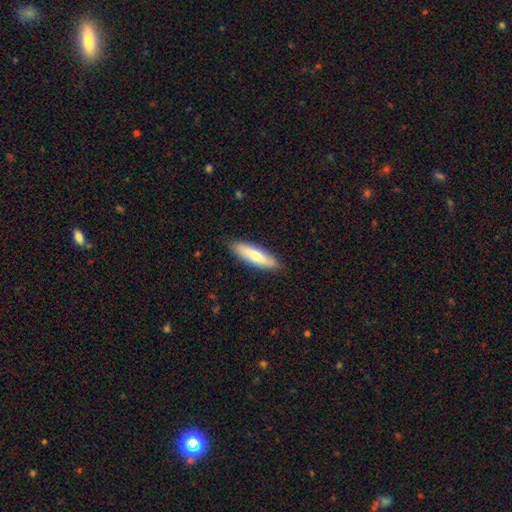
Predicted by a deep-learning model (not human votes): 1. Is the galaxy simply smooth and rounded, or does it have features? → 62% smooth, 32% featured or disk, 5% star or artifact.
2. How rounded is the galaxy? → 61% cigar-shaped, 37% in between, 2% round.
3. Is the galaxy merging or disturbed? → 87% none, 10% minor disturbance, 2% major disturbance, 1% merger.